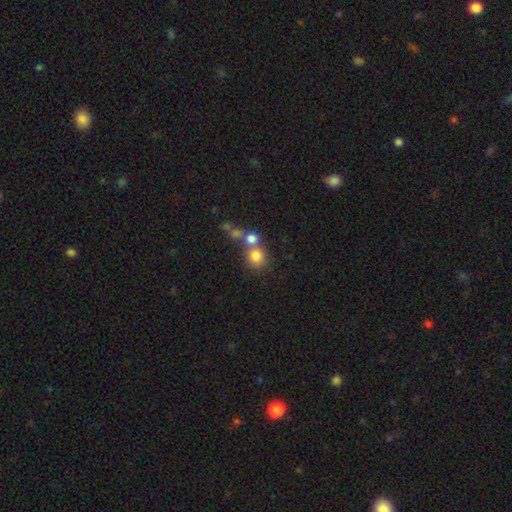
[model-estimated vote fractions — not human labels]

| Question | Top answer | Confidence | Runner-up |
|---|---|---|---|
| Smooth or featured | smooth | 77% | star or artifact (12%) |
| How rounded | round | 85% | in between (13%) |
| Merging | none | 46% | merger (42%) |